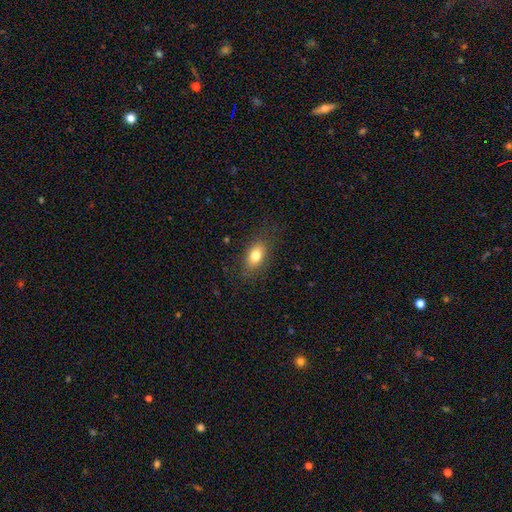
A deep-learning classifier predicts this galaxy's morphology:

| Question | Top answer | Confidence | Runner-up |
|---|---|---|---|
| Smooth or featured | smooth | 77% | featured or disk (14%) |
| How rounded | in between | 83% | round (13%) |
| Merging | none | 82% | minor disturbance (13%) |